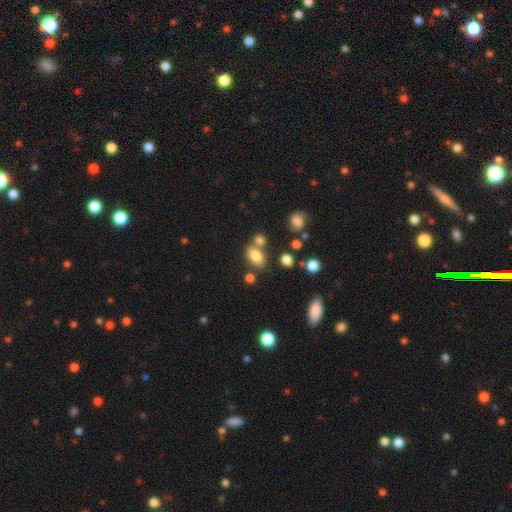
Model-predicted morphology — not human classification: This appears to be a smooth galaxy with no disk features (81%) that is in between round and cigar-shaped (83%). Merging: none (59%).